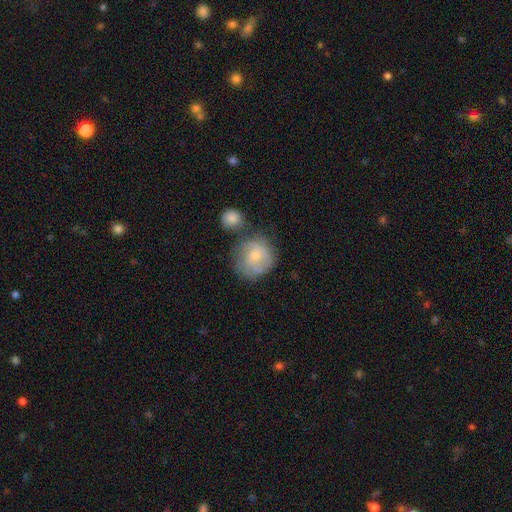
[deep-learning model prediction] A smooth galaxy with no disk features (61%) that is round (84%). Merging: none (51%).